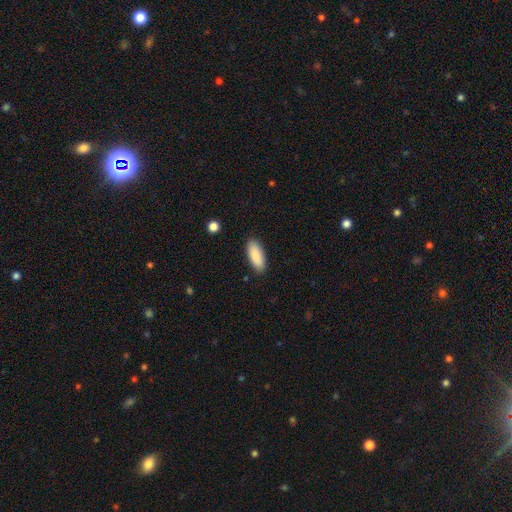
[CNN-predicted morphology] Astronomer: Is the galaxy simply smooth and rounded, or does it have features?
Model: smooth — 90%.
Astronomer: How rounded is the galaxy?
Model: in between — 82%.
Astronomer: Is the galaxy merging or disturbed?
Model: none — 88%.